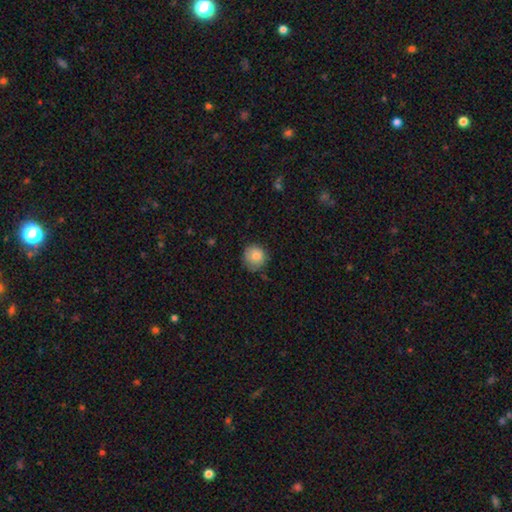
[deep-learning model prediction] Q: Smooth or featured?
A: smooth (84%); runner-up: star or artifact (8%)
Q: How rounded?
A: round (87%); runner-up: in between (12%)
Q: Merging?
A: none (73%); runner-up: minor disturbance (22%)